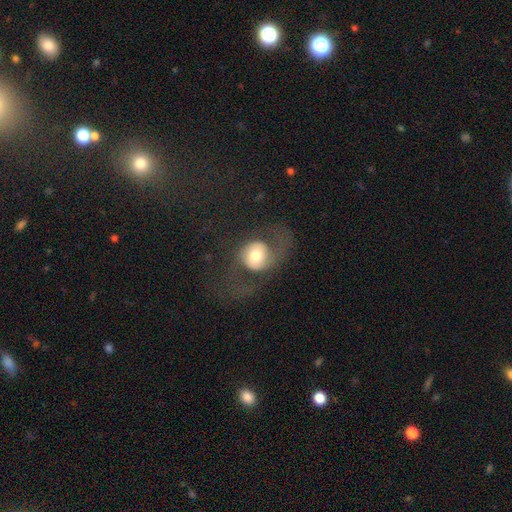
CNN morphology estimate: A featured or disk galaxy (54%) with no bar (68%), spiral arms (79%) and a moderate central bulge (55%). Merging: none (42%).